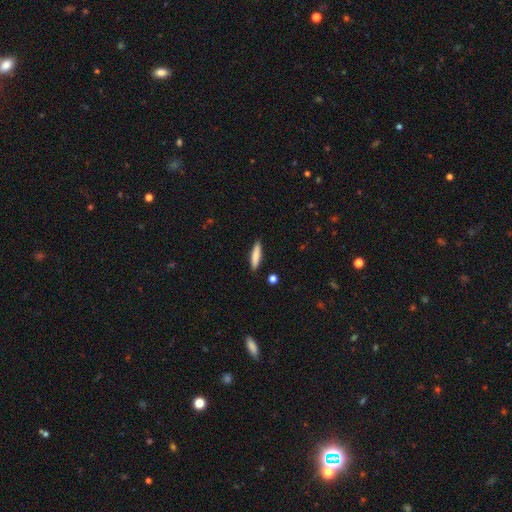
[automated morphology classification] A smooth galaxy with no disk features (81%) that is cigar-shaped (82%). Merging: none (89%).